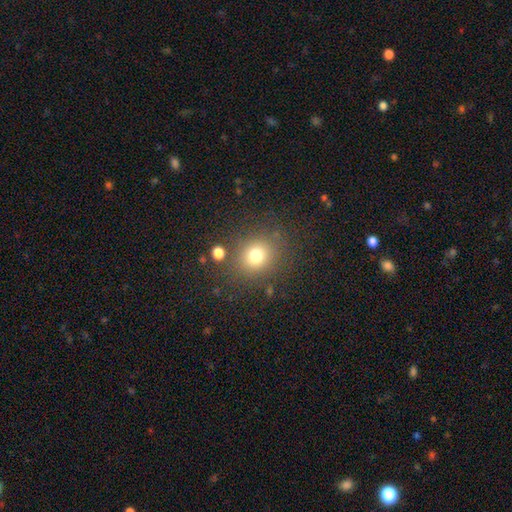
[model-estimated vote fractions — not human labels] A smooth galaxy with no disk features (75%) that is round (80%).

Vote fractions:
- Smooth or featured? smooth: 75% / star or artifact: 16% / featured or disk: 9%
- How rounded? round: 80% / in between: 19% / cigar-shaped: 1%
- Merging? none: 82% / minor disturbance: 10% / major disturbance: 5% / merger: 4%